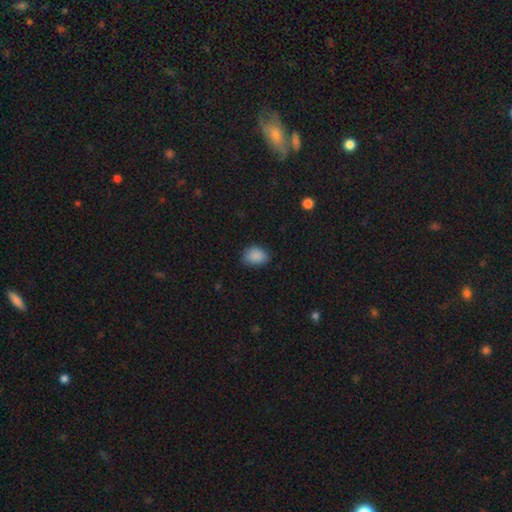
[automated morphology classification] smooth 88%, star or artifact 9%, featured or disk 3%. Down the decision tree: how rounded — in between (69%); merging — none (75%).